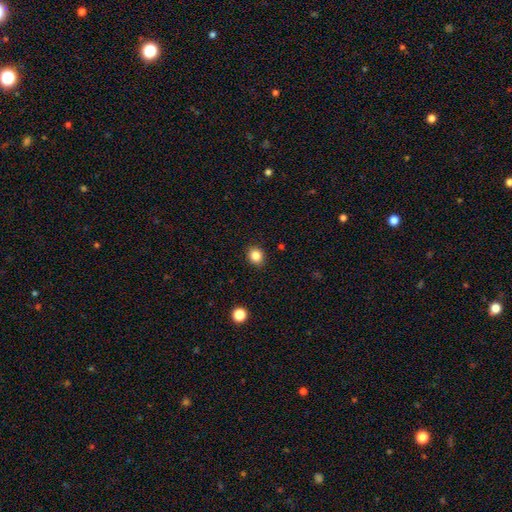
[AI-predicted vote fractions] Morphology: type=smooth (84%); roundness=round (68%); merging=none (90%).